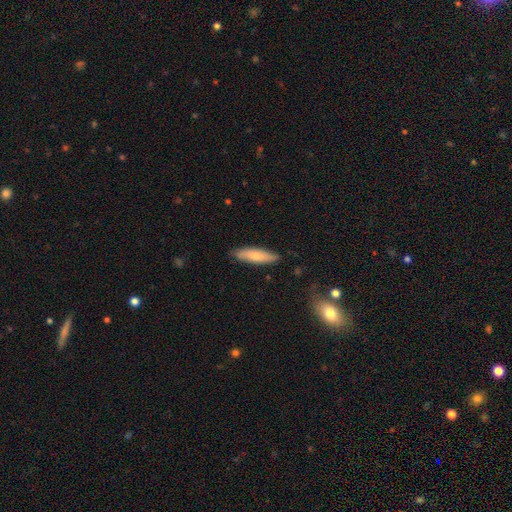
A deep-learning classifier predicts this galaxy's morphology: smooth-or-featured: smooth: 71% | featured or disk: 23% | star or artifact: 6%
  how-rounded: cigar-shaped: 64% | in between: 34% | round: 2%
  merging: none: 82% | minor disturbance: 14% | major disturbance: 2% | merger: 1%